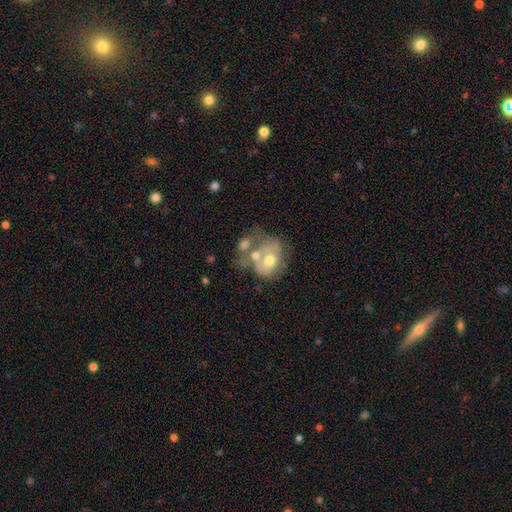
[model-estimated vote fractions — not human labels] Smooth or featured? Predicted: featured or disk (p=0.46). Merging? Predicted: merger (p=0.50).